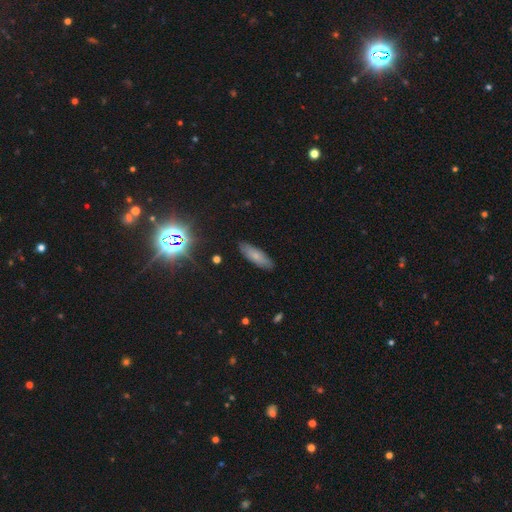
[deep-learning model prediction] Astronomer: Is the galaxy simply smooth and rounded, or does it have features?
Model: smooth — 73%.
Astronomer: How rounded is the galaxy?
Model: in between — 54% (runner-up: cigar-shaped, 44%).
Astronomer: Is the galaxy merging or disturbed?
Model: none — 87%.